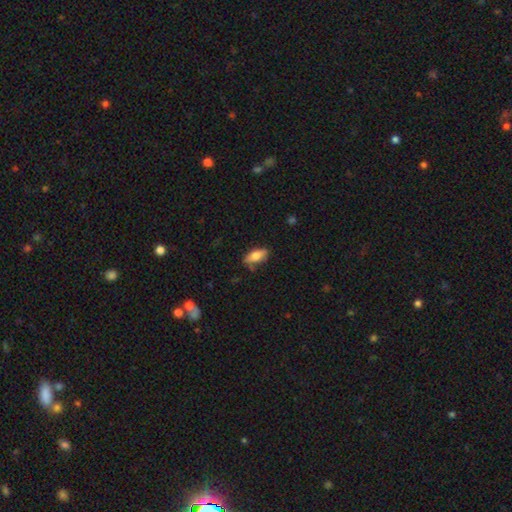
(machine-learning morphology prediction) This is likely a smooth galaxy (75%). How rounded: clearly in between (81%). Merging: likely none (71%).